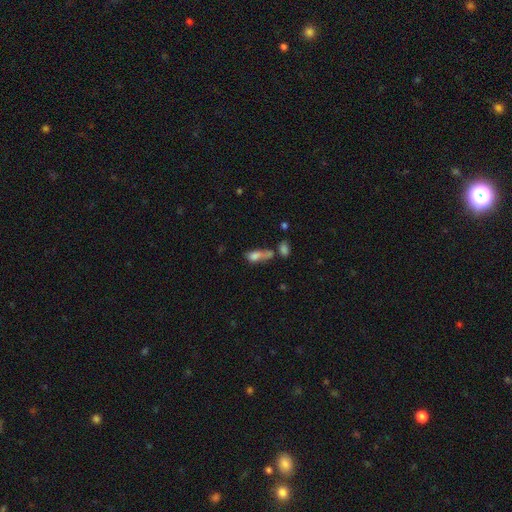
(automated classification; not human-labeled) This is likely a smooth galaxy (70%). How rounded: likely in between (75%). Merging: possibly merger (50%).